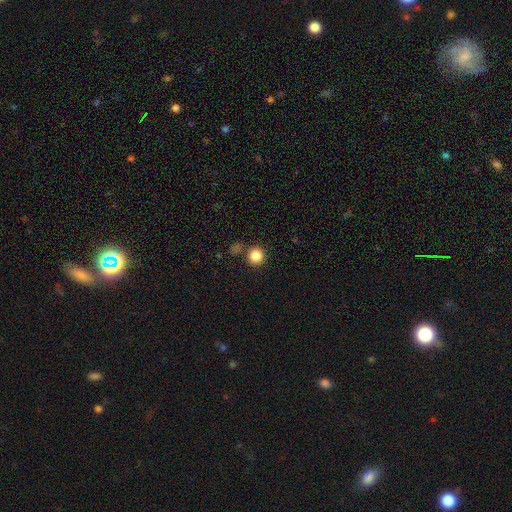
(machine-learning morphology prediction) type=smooth (85%); roundness=round (94%); merging=none (79%).